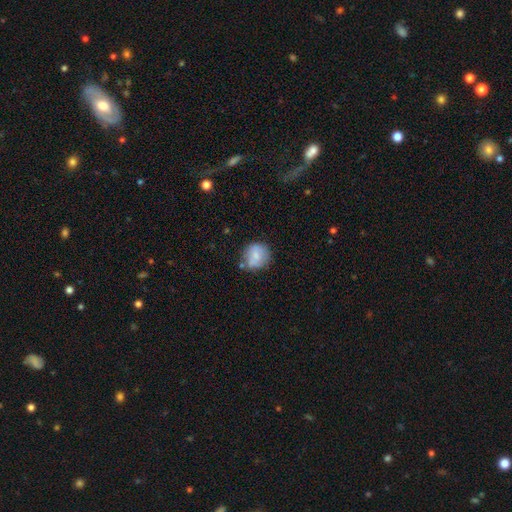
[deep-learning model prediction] Smooth or featured? Predicted: smooth (p=0.73). How rounded? Predicted: round (p=0.80). Merging? Predicted: none (p=0.65).